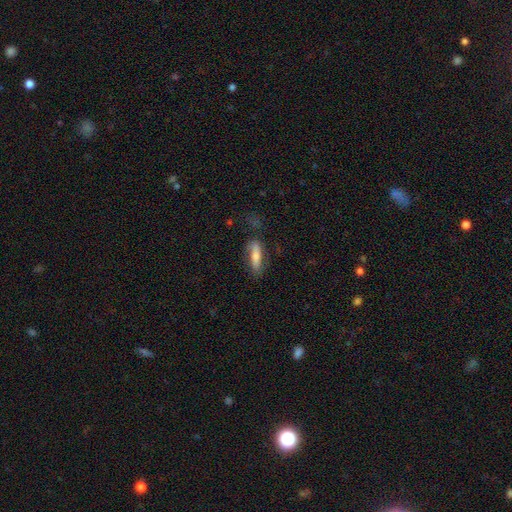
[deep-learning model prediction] Smooth or featured: smooth — 61% (featured or disk — 32%)
How rounded: cigar-shaped — 55% (in between — 43%)
Merging: none — 68% (minor disturbance — 21%)